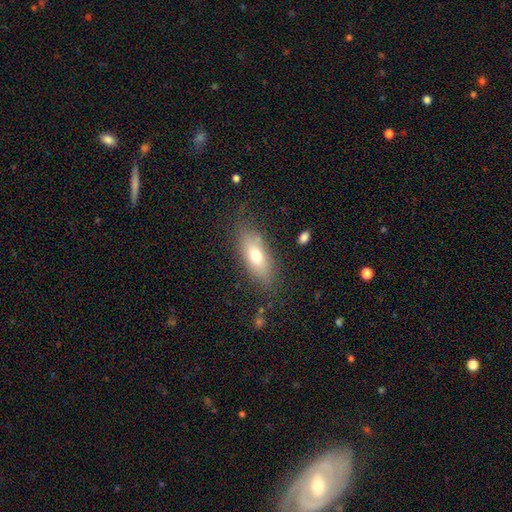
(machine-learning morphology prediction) smooth_or_featured: smooth (p=0.66) [alt: featured or disk p=0.25]
how_rounded: in between (p=0.73) [alt: cigar-shaped p=0.23]
merging: none (p=0.74) [alt: minor disturbance p=0.17]